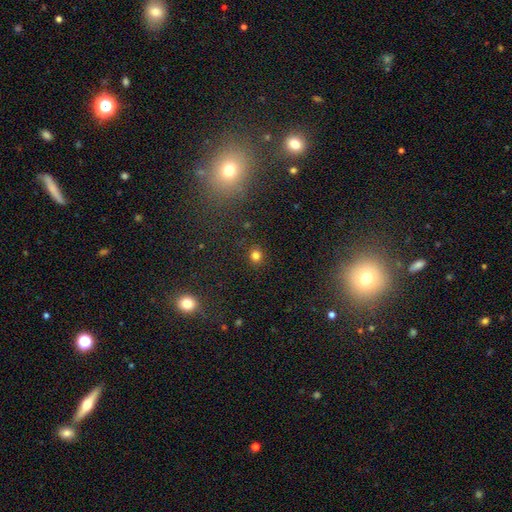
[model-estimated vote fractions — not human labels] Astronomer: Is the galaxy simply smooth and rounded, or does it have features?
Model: smooth — 79%.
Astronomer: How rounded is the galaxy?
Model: round — 84%.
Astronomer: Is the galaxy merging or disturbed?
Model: none — 89%.